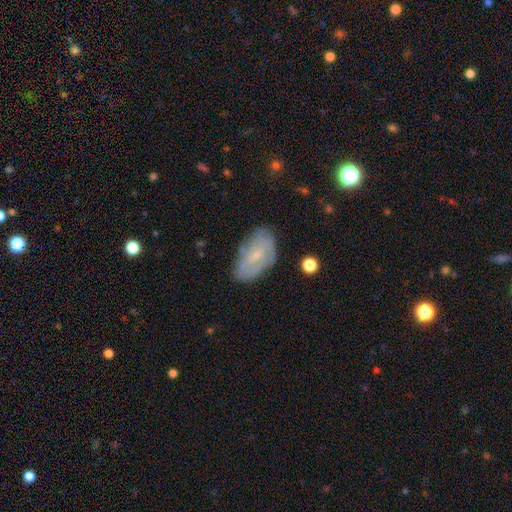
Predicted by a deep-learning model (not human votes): This is possibly a featured or disk galaxy (58%). It is clearly not viewed edge-on (94%). Bar: possibly no (48%). Spiral arm pattern: likely yes (68%). Central bulge: likely small (73%). Merging: likely none (67%).